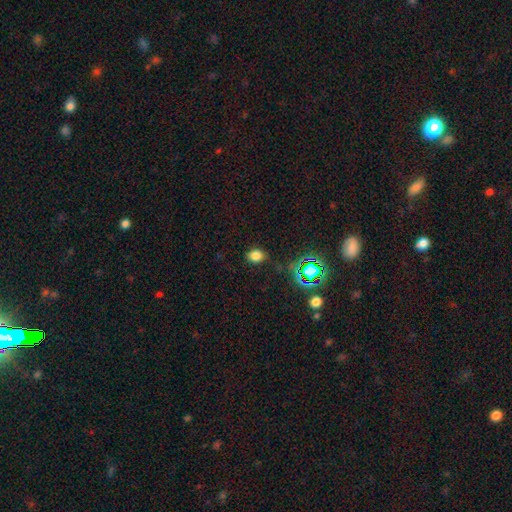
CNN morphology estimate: type=smooth (75%); roundness=round (52%); merging=none (80%).